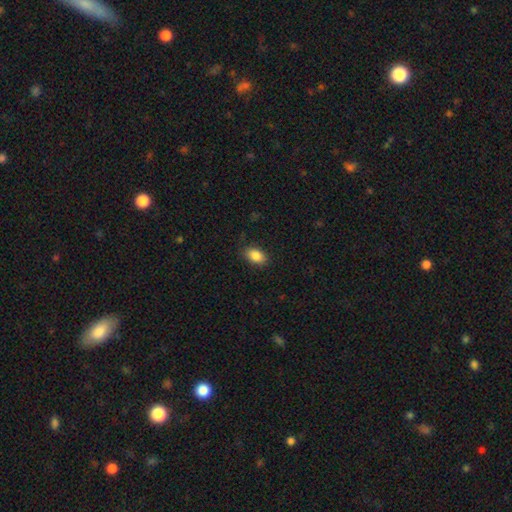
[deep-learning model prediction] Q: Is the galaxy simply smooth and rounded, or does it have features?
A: smooth — 86%.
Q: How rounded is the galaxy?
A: in between — 89%.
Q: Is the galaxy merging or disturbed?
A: none — 86%.